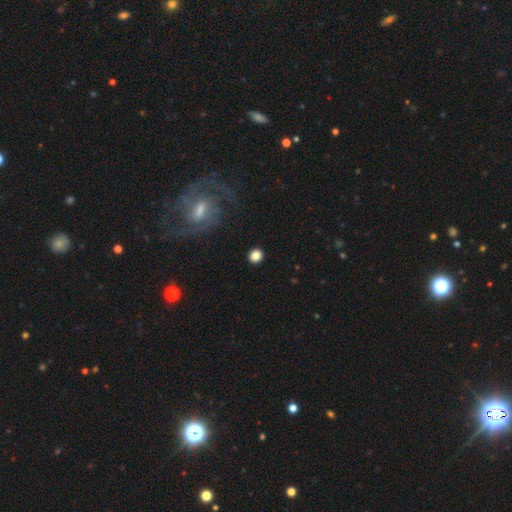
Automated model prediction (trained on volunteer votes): smooth-or-featured: smooth: 84% | star or artifact: 11% | featured or disk: 5%
  how-rounded: round: 87% | in between: 12% | cigar-shaped: 1%
  merging: none: 91% | minor disturbance: 5% | major disturbance: 2% | merger: 1%